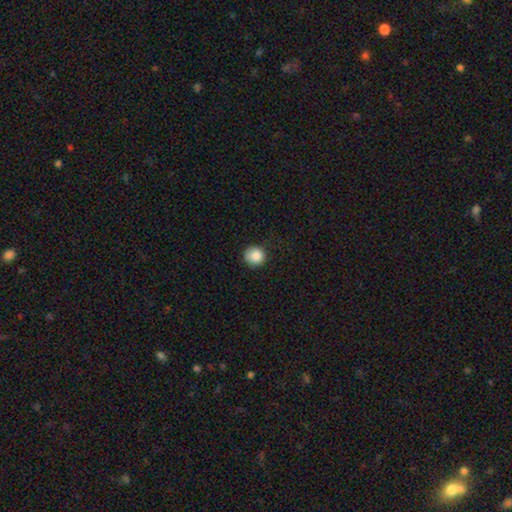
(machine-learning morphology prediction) smooth_or_featured: smooth (p=0.86) [alt: star or artifact p=0.09]
how_rounded: round (p=0.92) [alt: in between p=0.07]
merging: none (p=0.80) [alt: minor disturbance p=0.16]